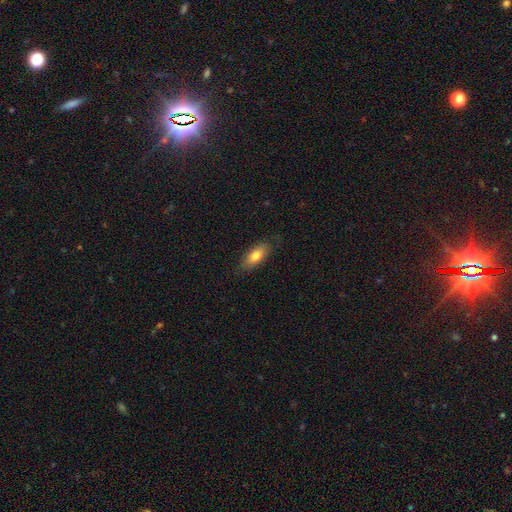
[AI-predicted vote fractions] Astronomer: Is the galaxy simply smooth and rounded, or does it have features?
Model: smooth — 77%.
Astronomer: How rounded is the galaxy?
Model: in between — 78%.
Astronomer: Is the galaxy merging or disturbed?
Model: none — 81%.